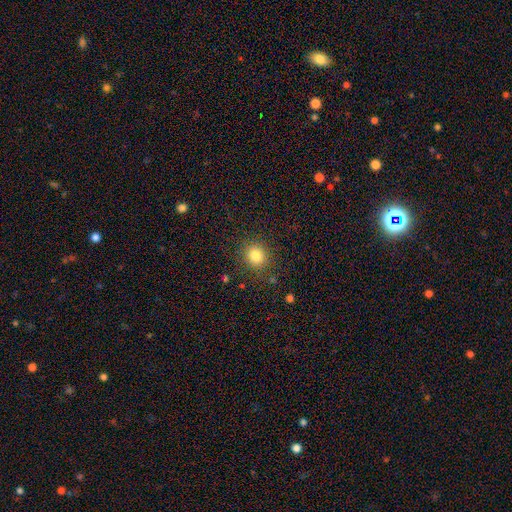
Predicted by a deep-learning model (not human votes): The model was most divided on "how rounded": round: 83%, in between: 16%, cigar-shaped: 1%. More confident: merging — none (86%); smooth or featured — smooth (82%).